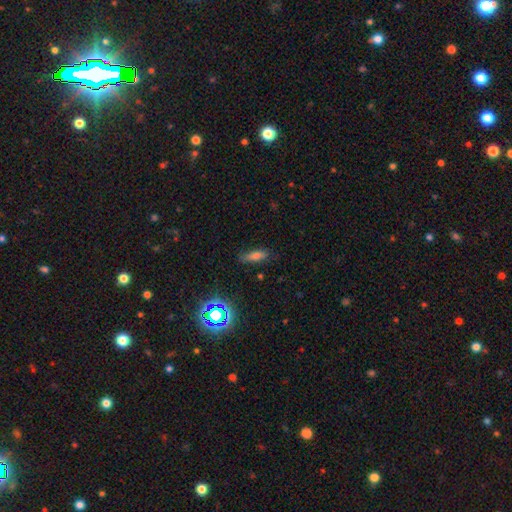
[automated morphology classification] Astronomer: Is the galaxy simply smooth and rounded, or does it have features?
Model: smooth — 70%.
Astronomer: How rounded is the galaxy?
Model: in between — 52% (runner-up: cigar-shaped, 44%).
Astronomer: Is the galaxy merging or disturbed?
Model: none — 78%.